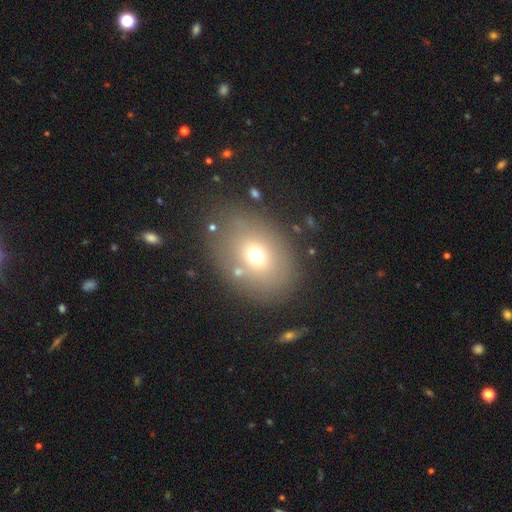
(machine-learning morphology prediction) type=smooth (67%); roundness=in between (51%); merging=none (77%).